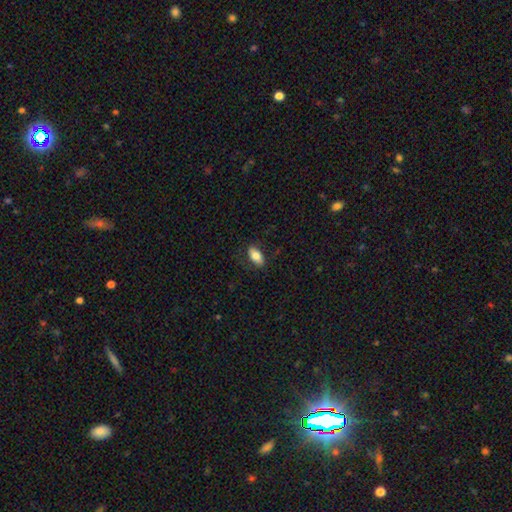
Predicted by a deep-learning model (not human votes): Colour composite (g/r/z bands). It shows a smooth galaxy with no disk features (78%) that is in between round and cigar-shaped (91%). Merging: none (81%).